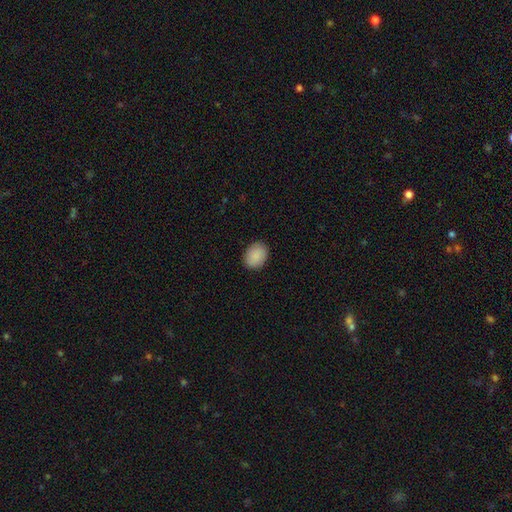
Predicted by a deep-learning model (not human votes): Overall: smooth (90%). How rounded: in between (69%; round 31%). Merging: none (89%).